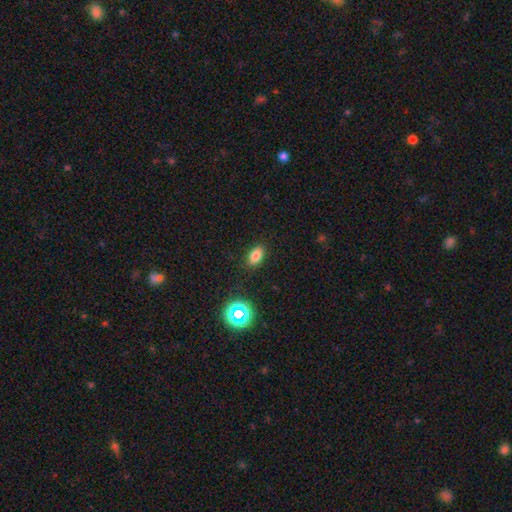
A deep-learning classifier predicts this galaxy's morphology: smooth-or-featured: smooth: 79% | star or artifact: 15% | featured or disk: 7%
  how-rounded: in between: 87% | round: 10% | cigar-shaped: 3%
  merging: none: 87% | minor disturbance: 9% | major disturbance: 3% | merger: 1%